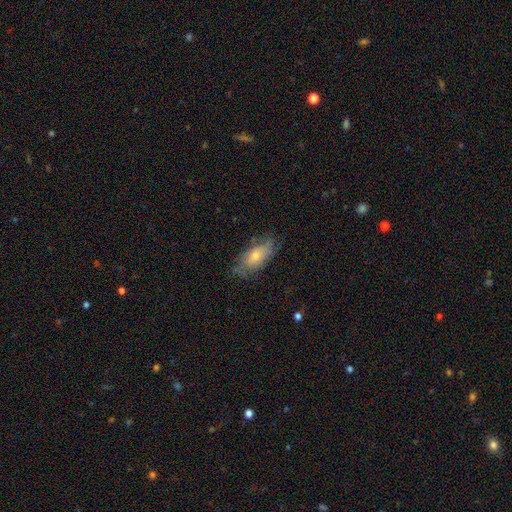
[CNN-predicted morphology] This is possibly a smooth galaxy (60%). How rounded: clearly in between (83%). Merging: likely none (61%).